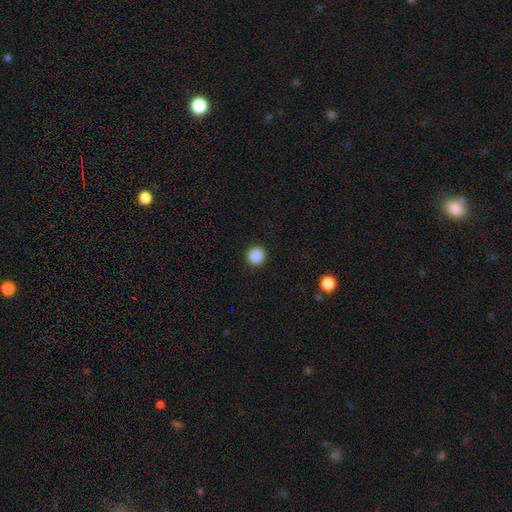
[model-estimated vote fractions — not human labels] A smooth galaxy with no disk features (89%) that is round (94%).

Vote fractions:
- Smooth or featured? smooth: 89% / star or artifact: 9% / featured or disk: 2%
- How rounded? round: 94% / in between: 5% / cigar-shaped: 1%
- Merging? none: 92% / minor disturbance: 5% / major disturbance: 2% / merger: 1%